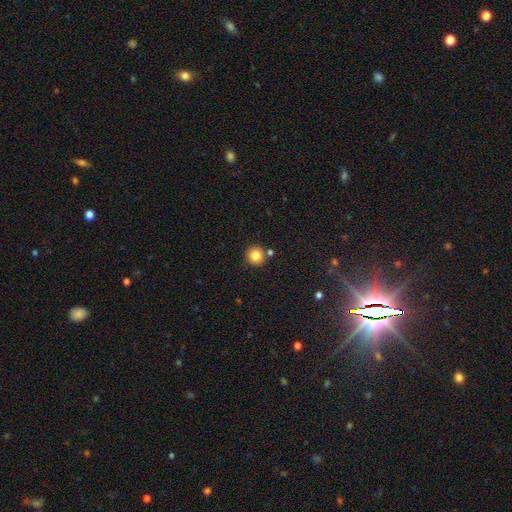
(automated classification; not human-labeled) Morphology: type=smooth (83%); roundness=round (94%); merging=none (82%).